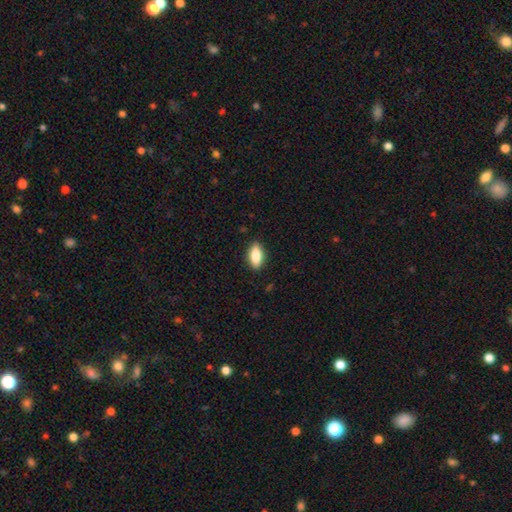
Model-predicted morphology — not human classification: Smooth or featured? Predicted: smooth (p=0.80). How rounded? Predicted: in between (p=0.83). Merging? Predicted: none (p=0.87).